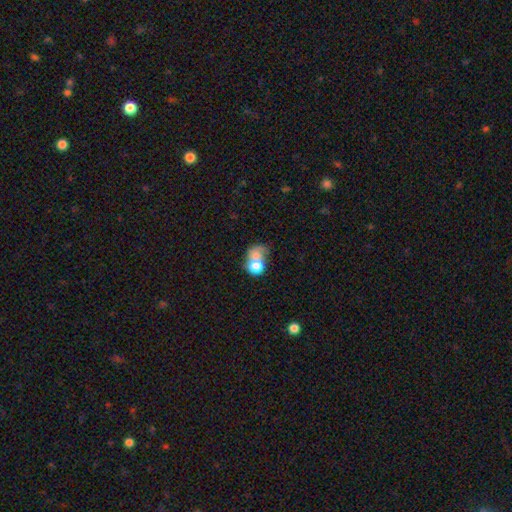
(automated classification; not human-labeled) A smooth galaxy with no disk features (64%) that is round (54%).

Vote fractions:
- Smooth or featured? smooth: 64% / featured or disk: 25% / star or artifact: 10%
- How rounded? round: 54% / in between: 45% / cigar-shaped: 1%
- Merging? merger: 61% / major disturbance: 16% / none: 15% / minor disturbance: 8%